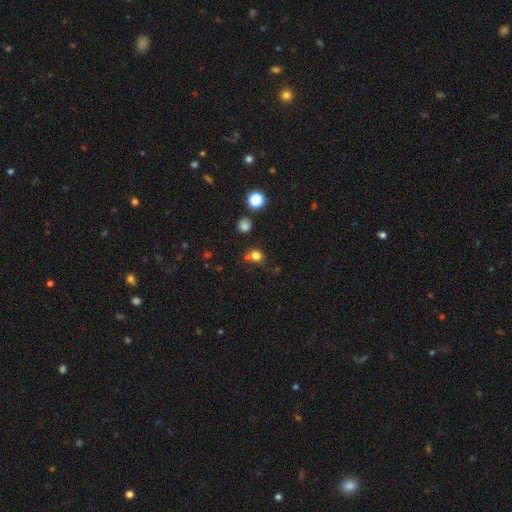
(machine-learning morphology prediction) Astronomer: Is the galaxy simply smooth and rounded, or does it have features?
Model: smooth — 78%.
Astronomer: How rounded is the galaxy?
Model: round — 73%.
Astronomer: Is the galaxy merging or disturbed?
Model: none — 66%.